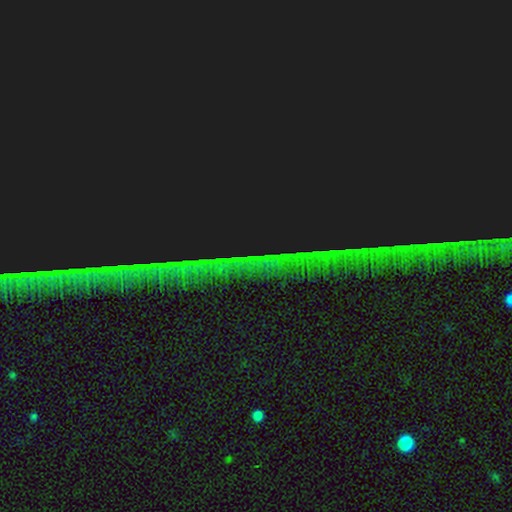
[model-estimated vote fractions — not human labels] Morphology: type=star or artifact (85%).